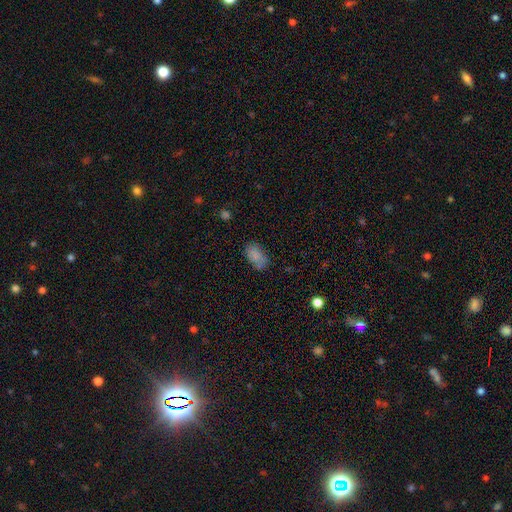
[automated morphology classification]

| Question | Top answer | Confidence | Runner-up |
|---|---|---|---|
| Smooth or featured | smooth | 82% | star or artifact (10%) |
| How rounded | in between | 92% | round (6%) |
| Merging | none | 70% | minor disturbance (20%) |